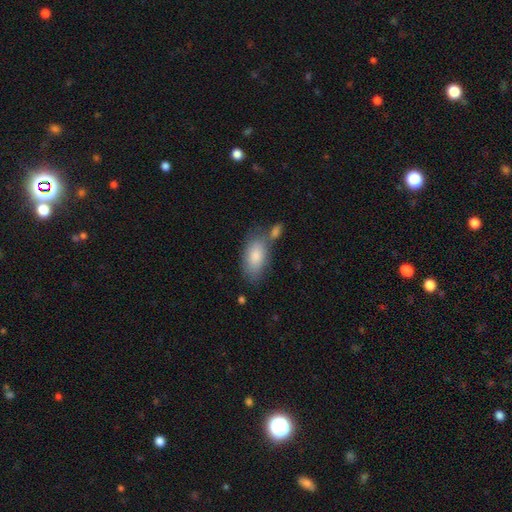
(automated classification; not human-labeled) Smooth or featured? smooth (83%)
How rounded? in between (93%)
Merging? none (57%)